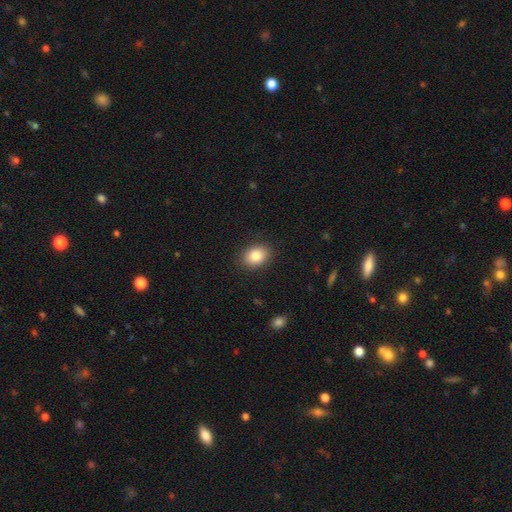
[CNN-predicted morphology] Smooth or featured? Predicted: smooth (p=0.85). How rounded? Predicted: in between (p=0.66). Merging? Predicted: none (p=0.88).